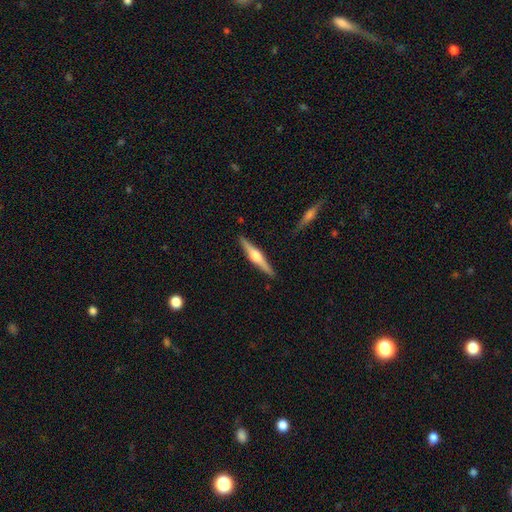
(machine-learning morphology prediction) A featured or disk galaxy (71%) viewed edge-on (98%) with a rounded central bulge (85%).

Vote fractions:
- Smooth or featured? featured or disk: 71% / smooth: 24% / star or artifact: 5%
- Edge-on disk? yes: 98% / no: 2%
- Edge-on bulge? rounded: 85% / boxy: 11% / none: 4%
- Merging? none: 90% / minor disturbance: 7% / major disturbance: 1% / merger: 1%